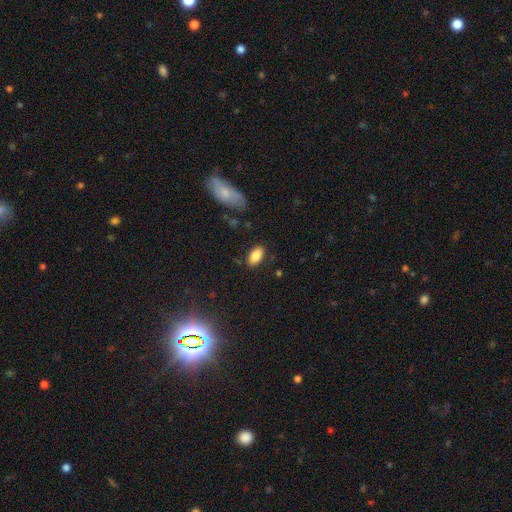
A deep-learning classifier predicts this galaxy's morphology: A smooth galaxy with no disk features (85%) that is in between round and cigar-shaped (92%). Merging: none (84%).